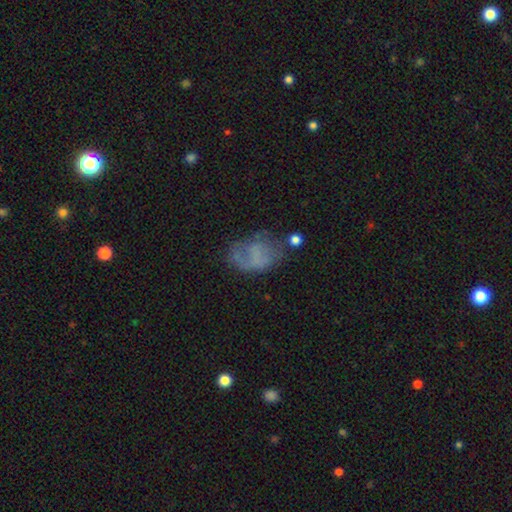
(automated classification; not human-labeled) Morphology: type=smooth (45%); merging=none (43%).